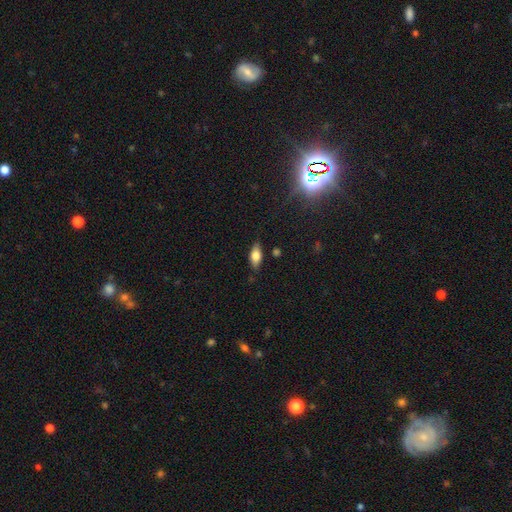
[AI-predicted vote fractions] Smooth or featured: smooth — 70% (featured or disk — 22%)
How rounded: in between — 81% (cigar-shaped — 16%)
Merging: none — 81% (minor disturbance — 14%)